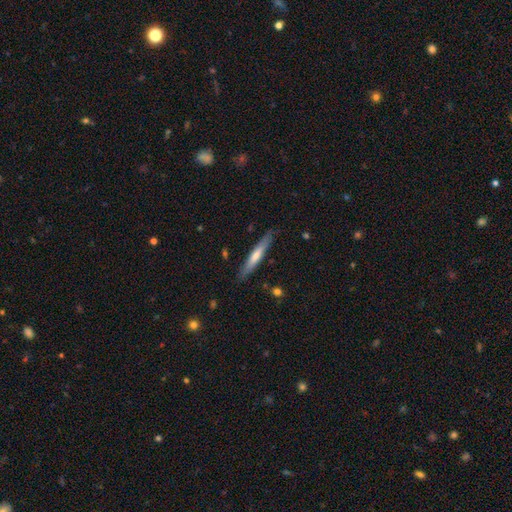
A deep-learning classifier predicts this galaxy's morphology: Smooth or featured? Predicted: smooth (p=0.55). How rounded? Predicted: cigar-shaped (p=0.93). Merging? Predicted: none (p=0.87).